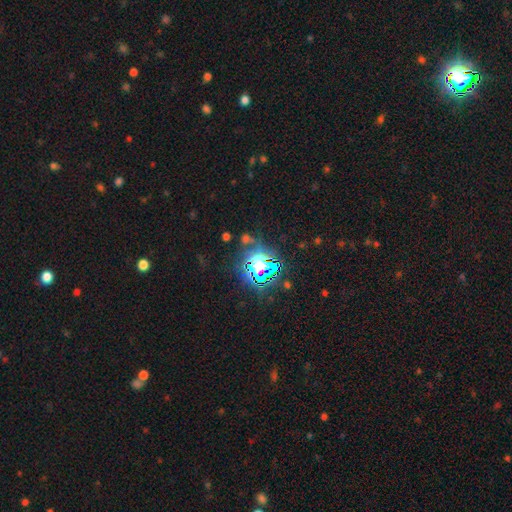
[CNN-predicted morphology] This is likely a star or artifact rather than a galaxy (79%).